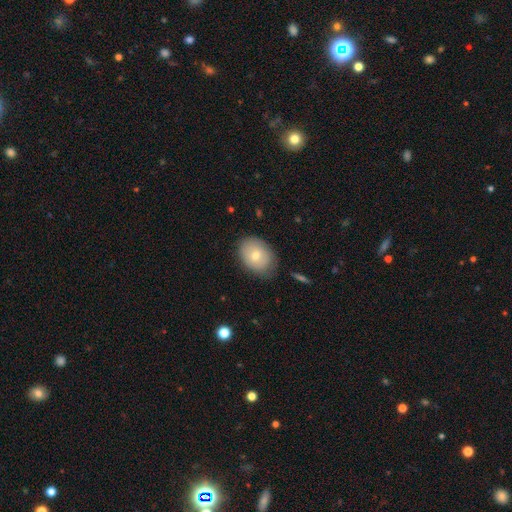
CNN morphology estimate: Smooth or featured?
  - smooth: 73% *
  - featured or disk: 20%
  - star or artifact: 8%
How rounded?
  - in between: 70% *
  - round: 29%
  - cigar-shaped: 1%
Merging?
  - none: 74% *
  - minor disturbance: 19%
  - major disturbance: 4%
  - merger: 2%